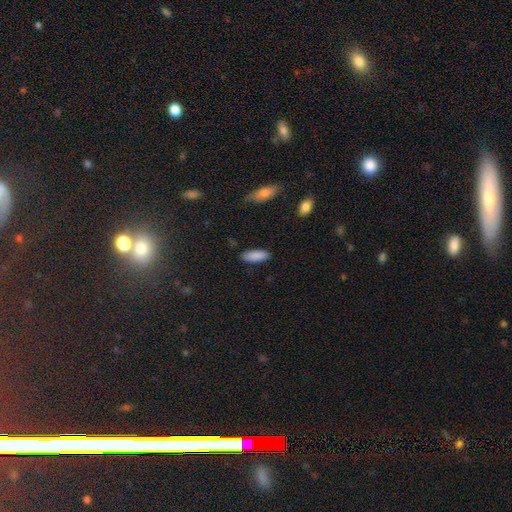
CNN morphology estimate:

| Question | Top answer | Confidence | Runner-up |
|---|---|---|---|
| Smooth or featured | smooth | 88% | star or artifact (6%) |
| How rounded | in between | 71% | cigar-shaped (28%) |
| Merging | none | 86% | minor disturbance (10%) |